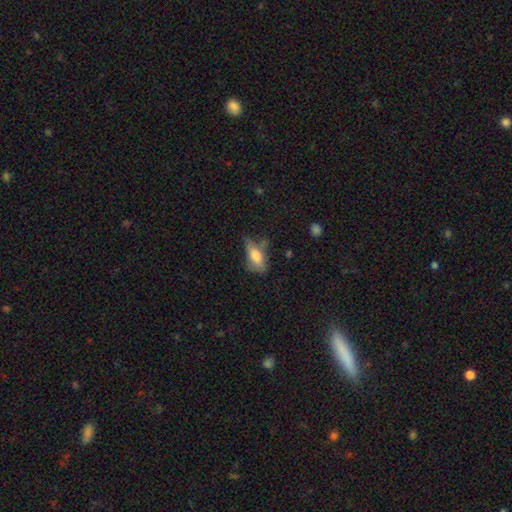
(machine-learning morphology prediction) smooth-or-featured: smooth: 71% | featured or disk: 21% | star or artifact: 8%
  how-rounded: in between: 82% | cigar-shaped: 14% | round: 4%
  merging: none: 43% | minor disturbance: 35% | major disturbance: 16% | merger: 6%